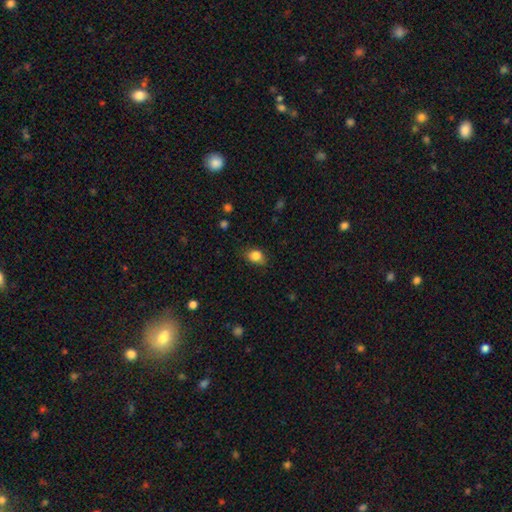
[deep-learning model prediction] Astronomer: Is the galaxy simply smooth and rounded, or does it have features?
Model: smooth — 84%.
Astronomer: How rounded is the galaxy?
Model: in between — 58% (runner-up: round, 41%).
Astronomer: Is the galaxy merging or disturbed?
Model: none — 72%.